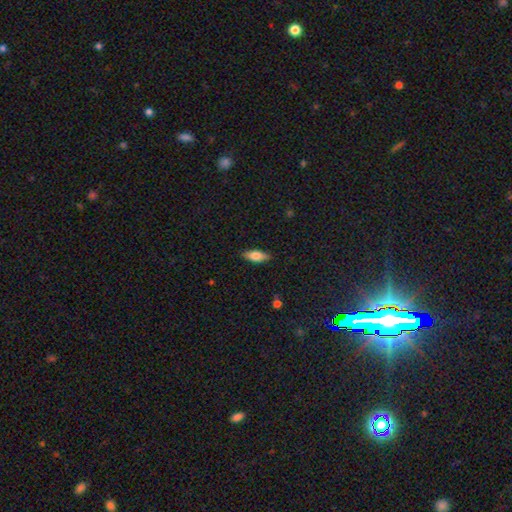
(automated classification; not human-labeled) smooth_or_featured: smooth (p=0.70) [alt: featured or disk p=0.23]
how_rounded: in between (p=0.74) [alt: cigar-shaped p=0.24]
merging: none (p=0.88) [alt: minor disturbance p=0.09]